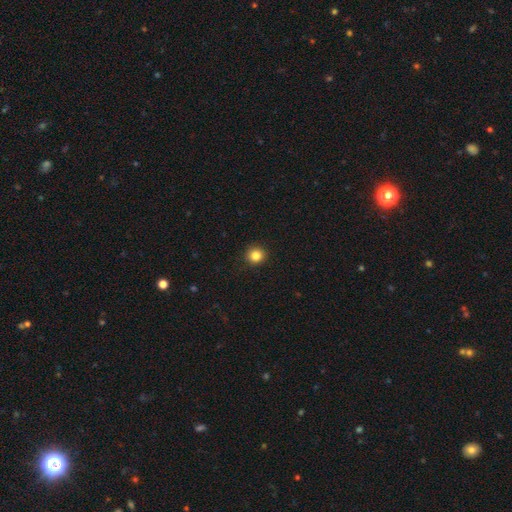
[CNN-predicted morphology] A smooth galaxy with no disk features (85%) that is round (92%). Merging: none (92%).